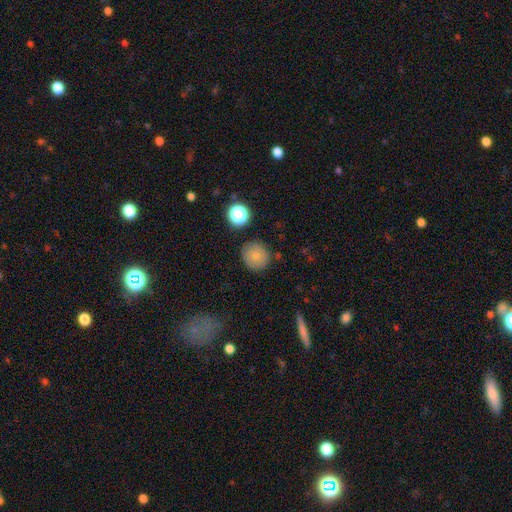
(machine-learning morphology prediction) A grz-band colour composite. It shows a smooth galaxy with no disk features (77%) that is round (91%). Merging: none (83%).